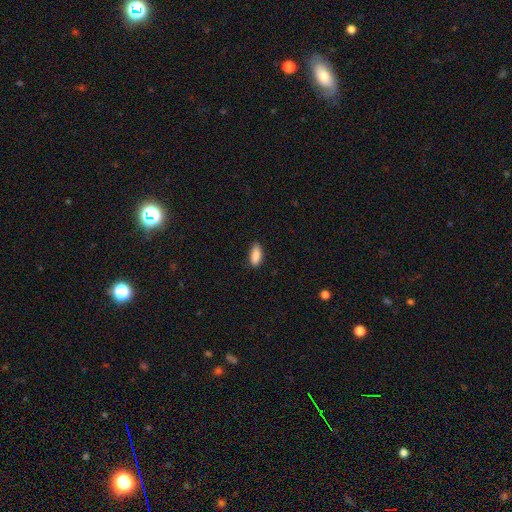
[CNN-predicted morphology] A smooth galaxy with no disk features (88%) that is in between round and cigar-shaped (82%).

Vote fractions:
- Smooth or featured? smooth: 88% / star or artifact: 7% / featured or disk: 5%
- How rounded? in between: 82% / cigar-shaped: 16% / round: 2%
- Merging? none: 78% / minor disturbance: 18% / major disturbance: 3% / merger: 1%